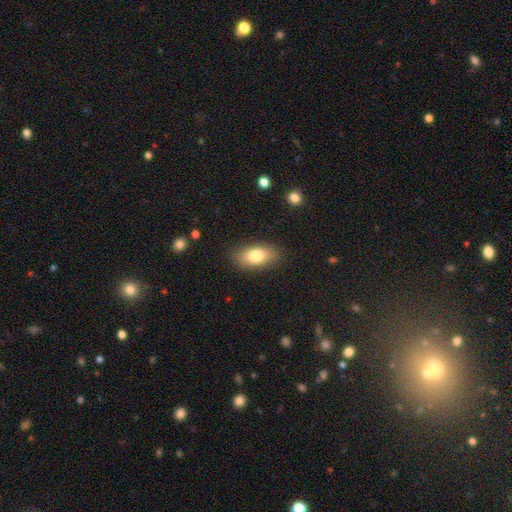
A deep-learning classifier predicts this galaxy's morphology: Smooth or featured: smooth — 80% (featured or disk — 13%)
How rounded: in between — 89% (cigar-shaped — 6%)
Merging: none — 87% (minor disturbance — 9%)